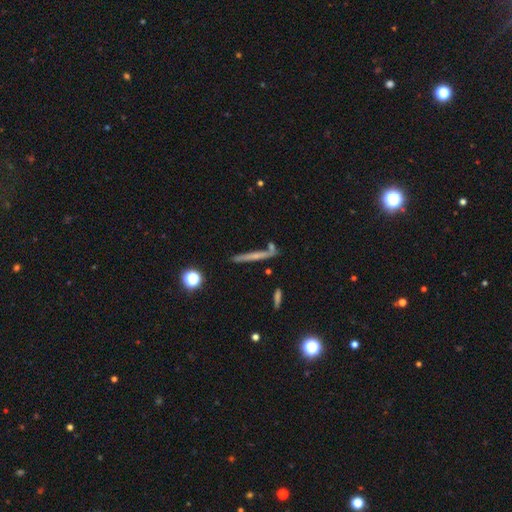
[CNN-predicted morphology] Smooth or featured: featured or disk — 47% (smooth — 42%)
Merging: none — 74% (minor disturbance — 12%)